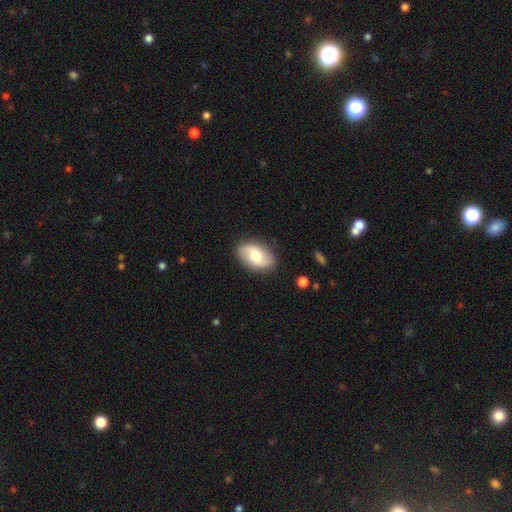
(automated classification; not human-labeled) Smooth or featured: smooth — 50% (featured or disk — 43%)
How rounded: in between — 90% (round — 9%)
Merging: none — 84% (minor disturbance — 12%)